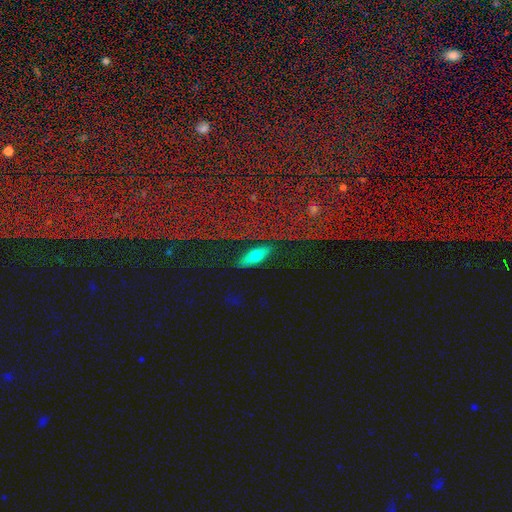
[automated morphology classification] A smooth galaxy with no disk features (60%) that is in between round and cigar-shaped (60%). Merging: none (83%).